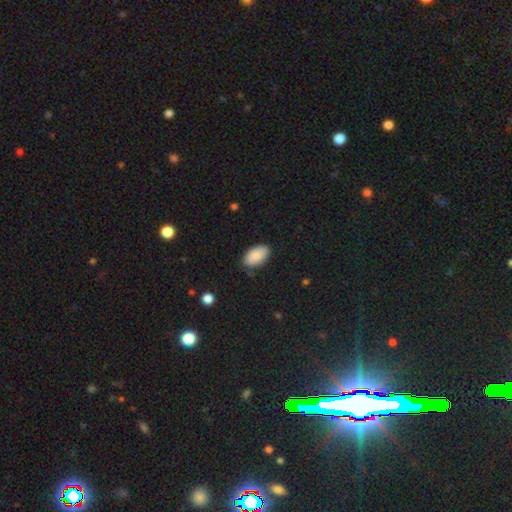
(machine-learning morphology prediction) A smooth galaxy with no disk features (87%) that is in between round and cigar-shaped (95%).

Vote fractions:
- Smooth or featured? smooth: 87% / featured or disk: 7% / star or artifact: 6%
- How rounded? in between: 95% / round: 4% / cigar-shaped: 1%
- Merging? none: 80% / minor disturbance: 16% / major disturbance: 3% / merger: 1%